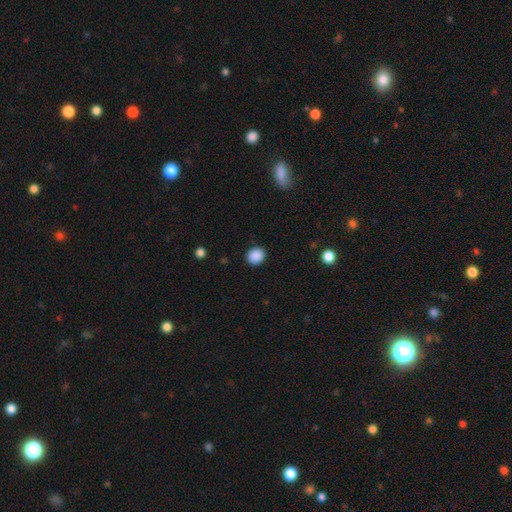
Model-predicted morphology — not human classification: smooth 89%, star or artifact 9%, featured or disk 2%. Down the decision tree: how rounded — round (75%); merging — none (90%).